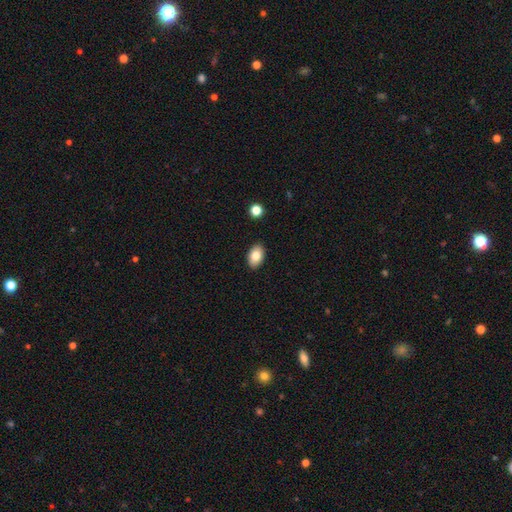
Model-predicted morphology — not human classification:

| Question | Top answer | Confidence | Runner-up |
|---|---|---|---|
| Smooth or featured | smooth | 82% | featured or disk (10%) |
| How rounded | in between | 90% | round (9%) |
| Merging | none | 89% | minor disturbance (8%) |